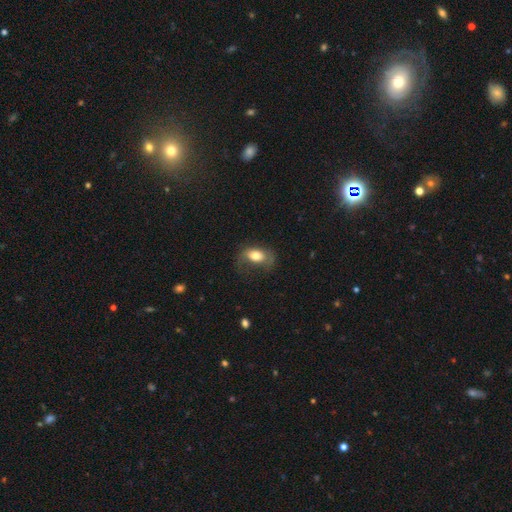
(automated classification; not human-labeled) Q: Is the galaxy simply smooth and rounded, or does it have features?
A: smooth — 66%.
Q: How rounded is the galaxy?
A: in between — 84%.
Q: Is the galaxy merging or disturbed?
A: none — 48%.